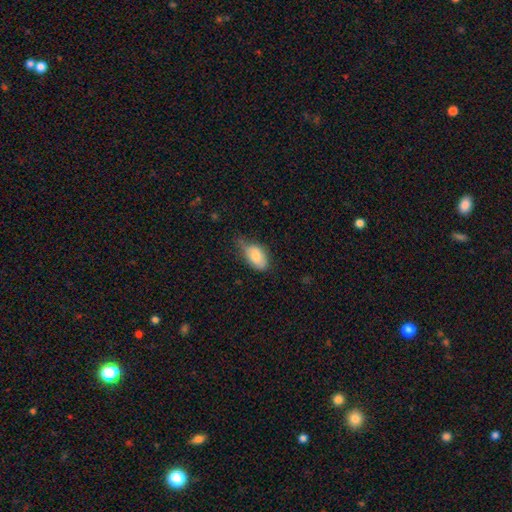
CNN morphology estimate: This appears to be a smooth galaxy with no disk features (82%) that is in between round and cigar-shaped (92%). Merging: minor disturbance (44%, tied with none).